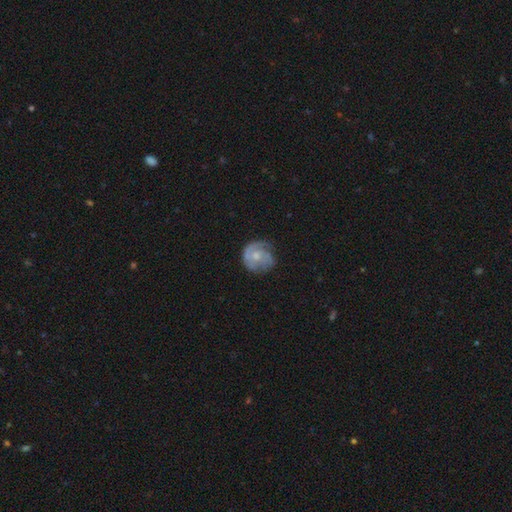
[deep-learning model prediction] This is likely a featured or disk galaxy (68%). It is clearly not viewed edge-on (98%). Bar: likely no (78%). Spiral arm pattern: clearly yes (87%). Spiral arm count: marginally can't tell (28%, tied with 2). Spiral winding: possibly tight (53%). Central bulge: possibly small (48%). Merging: likely none (65%).